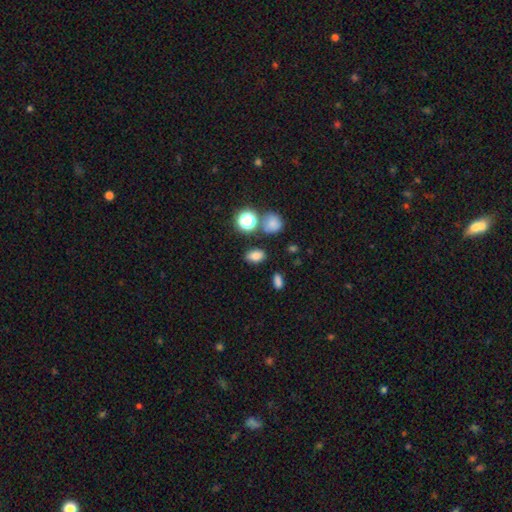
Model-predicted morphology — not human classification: This appears to be a smooth galaxy with no disk features (79%) that is in between round and cigar-shaped (80%). Merging: none (82%).